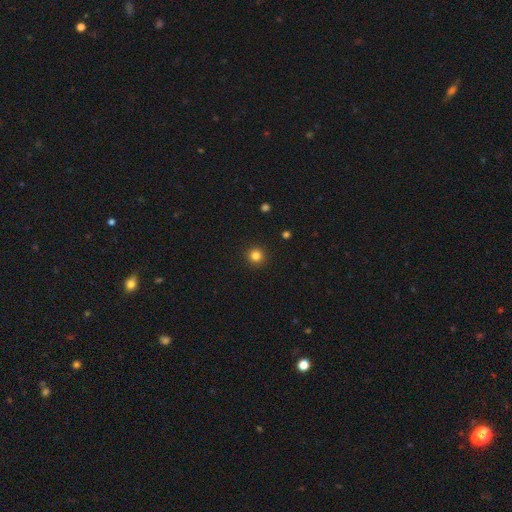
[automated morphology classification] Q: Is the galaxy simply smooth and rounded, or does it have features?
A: smooth — 83%.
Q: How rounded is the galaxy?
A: round — 95%.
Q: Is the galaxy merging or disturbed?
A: none — 93%.